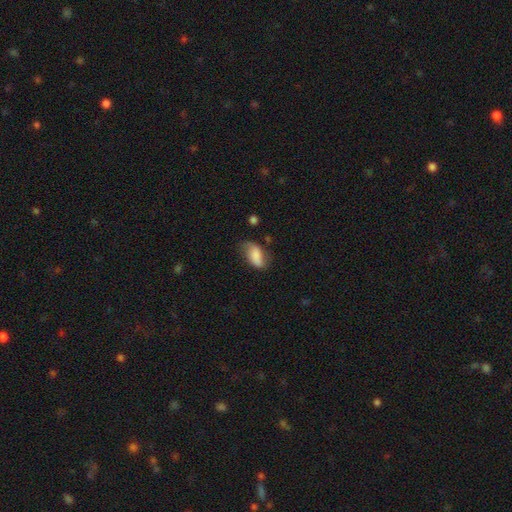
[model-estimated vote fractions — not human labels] Smooth or featured?
  - smooth: 73% *
  - featured or disk: 19%
  - star or artifact: 8%
How rounded?
  - in between: 90% *
  - cigar-shaped: 6%
  - round: 5%
Merging?
  - none: 52% *
  - minor disturbance: 33%
  - major disturbance: 12%
  - merger: 3%